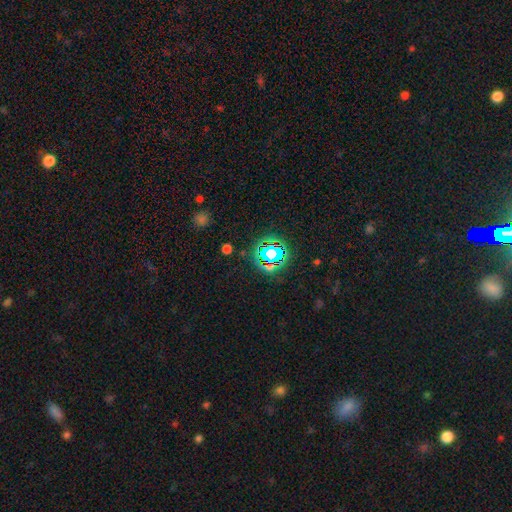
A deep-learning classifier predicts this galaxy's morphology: This appears to be a star or artifact, not a galaxy (74%).